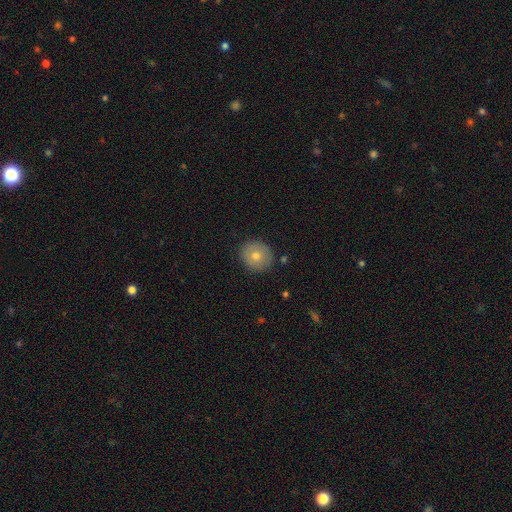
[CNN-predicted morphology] smooth-or-featured: smooth: 69% | featured or disk: 21% | star or artifact: 10%
  how-rounded: round: 90% | in between: 9% | cigar-shaped: 1%
  merging: none: 88% | minor disturbance: 8% | major disturbance: 2% | merger: 1%